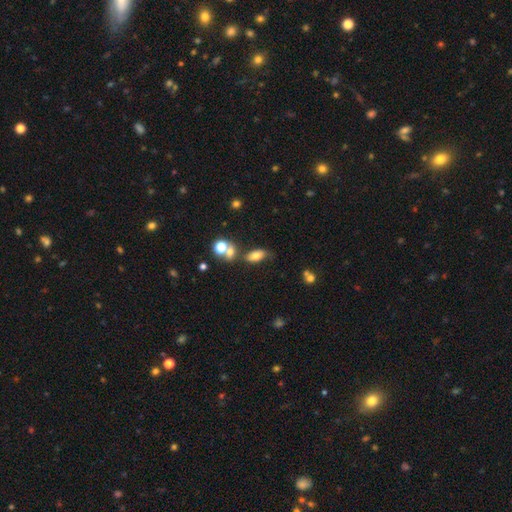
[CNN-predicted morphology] smooth_or_featured: smooth (p=0.72) [alt: featured or disk p=0.15]
how_rounded: in between (p=0.84) [alt: round p=0.09]
merging: none (p=0.62) [alt: merger p=0.17]